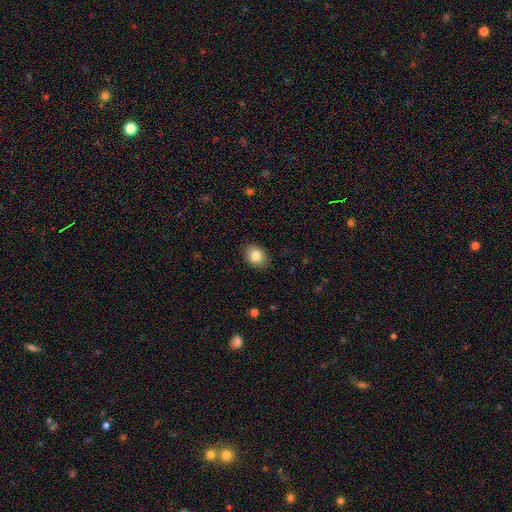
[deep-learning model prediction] Overall: smooth (83%). How rounded: in between (64%; round 35%). Merging: none (87%).